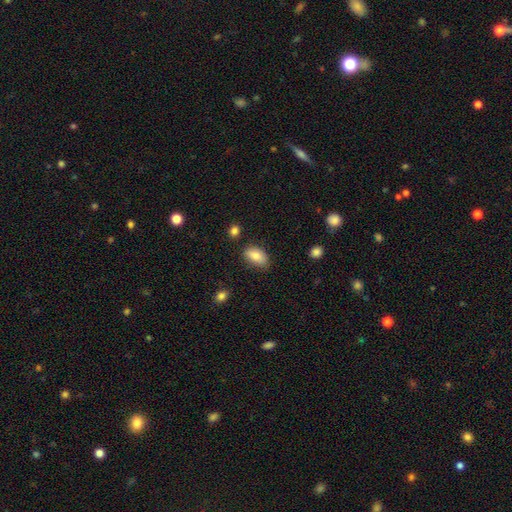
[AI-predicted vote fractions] Morphology: type=smooth (84%); roundness=in between (92%); merging=none (74%).